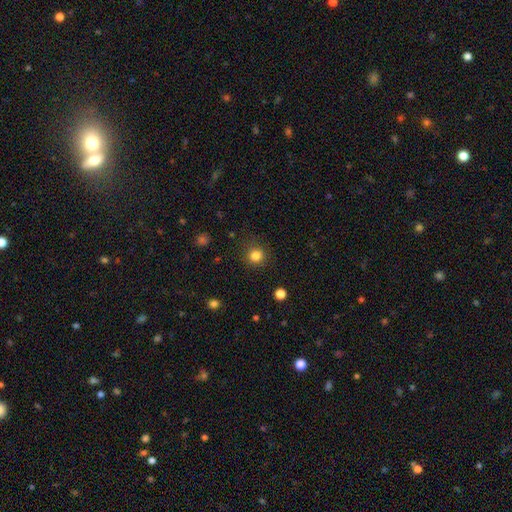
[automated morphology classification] Overall: smooth (83%). How rounded: round (91%). Merging: none (87%).